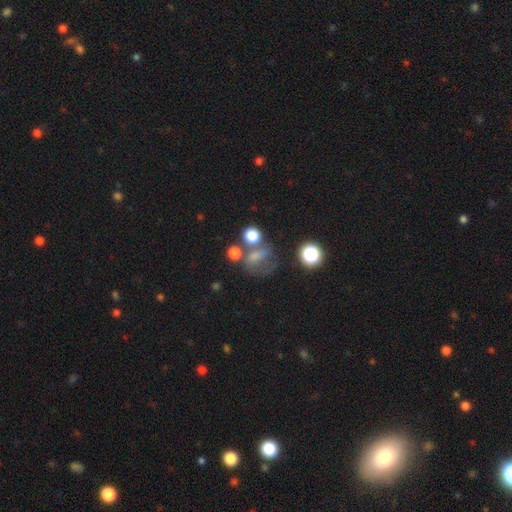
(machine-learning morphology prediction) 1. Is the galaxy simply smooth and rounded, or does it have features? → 56% smooth, 22% featured or disk, 22% star or artifact.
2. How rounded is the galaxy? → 59% round, 39% in between, 2% cigar-shaped.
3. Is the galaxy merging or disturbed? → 39% none, 23% merger, 21% major disturbance, 18% minor disturbance.